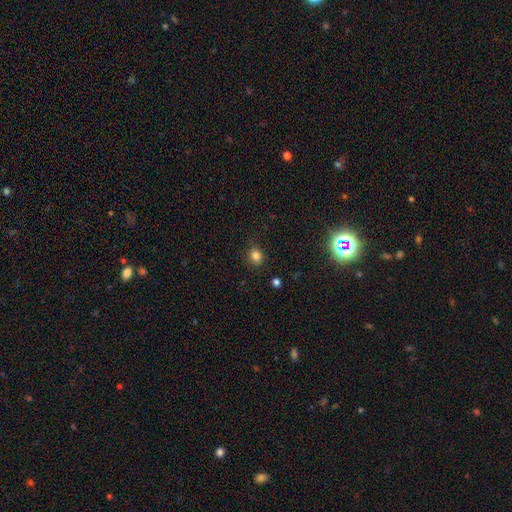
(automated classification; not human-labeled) This is clearly a smooth galaxy (82%). How rounded: likely round (75%). Merging: clearly none (86%).